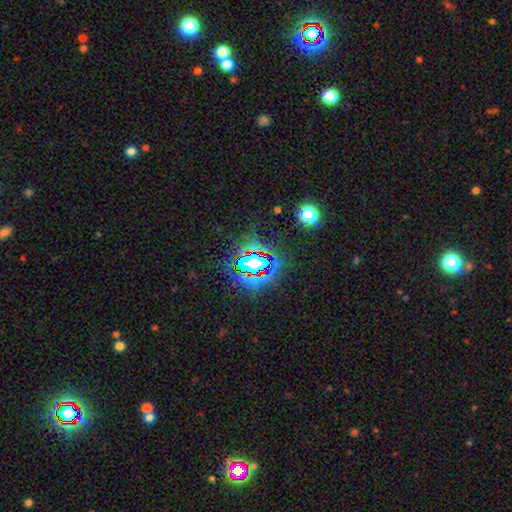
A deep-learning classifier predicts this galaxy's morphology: smooth-or-featured: star or artifact: 80% | smooth: 12% | featured or disk: 8%